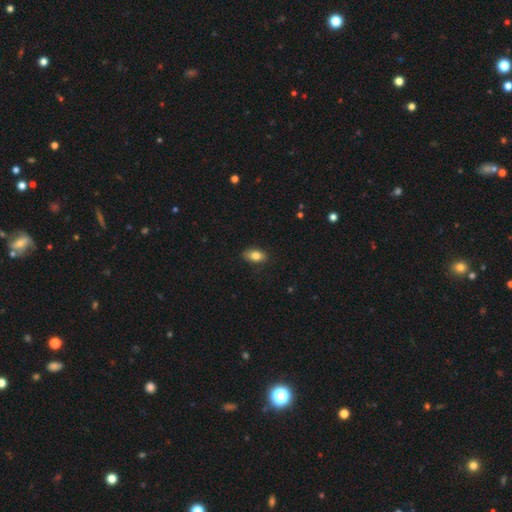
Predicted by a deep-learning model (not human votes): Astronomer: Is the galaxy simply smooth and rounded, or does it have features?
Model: smooth — 82%.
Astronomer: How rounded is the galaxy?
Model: in between — 88%.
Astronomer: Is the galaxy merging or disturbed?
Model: none — 84%.